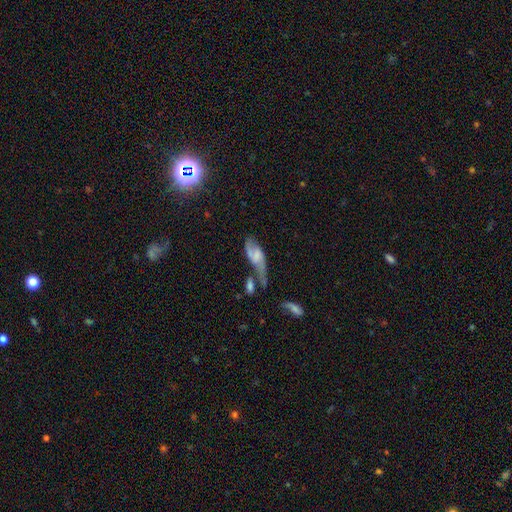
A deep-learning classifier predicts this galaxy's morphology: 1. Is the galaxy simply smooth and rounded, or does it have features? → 54% featured or disk, 38% smooth, 8% star or artifact.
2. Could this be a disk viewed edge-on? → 86% no, 14% yes.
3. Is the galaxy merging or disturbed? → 29% merger, 27% none, 23% major disturbance, 21% minor disturbance.